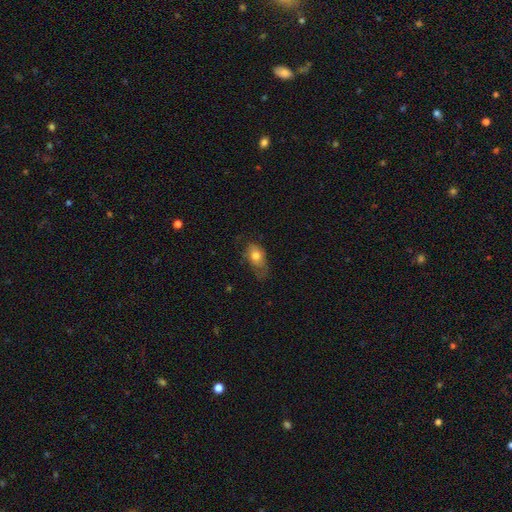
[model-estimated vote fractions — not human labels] The model was most divided on "merging": none: 39%, minor disturbance: 37%, major disturbance: 22%, merger: 2%. More confident: how rounded — in between (82%); smooth or featured — smooth (73%).